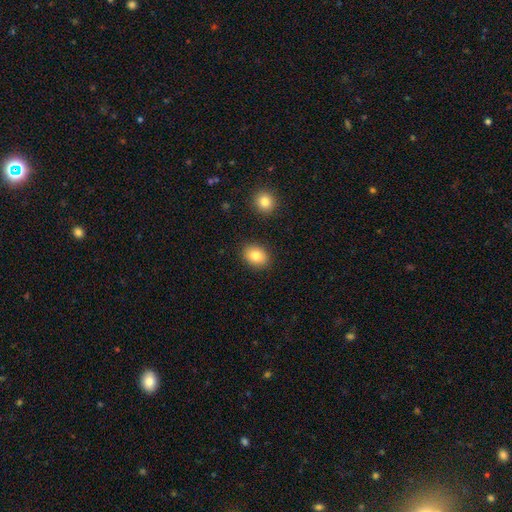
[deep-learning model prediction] Overall: smooth (83%). How rounded: in between (60%; round 39%). Merging: none (88%).